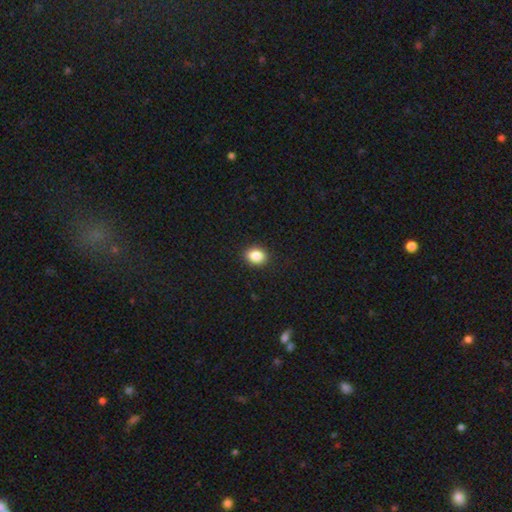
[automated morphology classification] Overall: smooth (86%). How rounded: round (53%; in between 46%). Merging: none (90%).